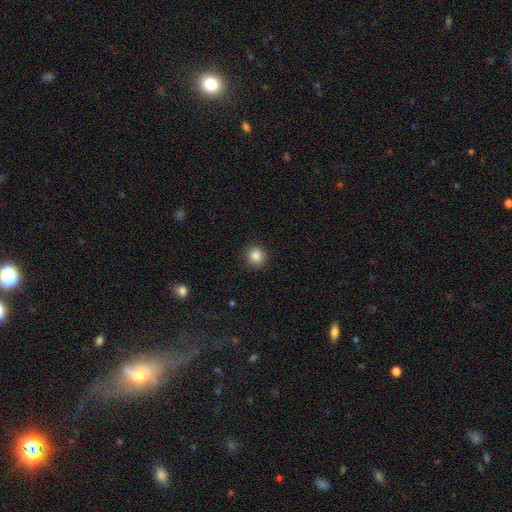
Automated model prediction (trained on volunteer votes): smooth_or_featured: smooth (p=0.85) [alt: star or artifact p=0.10]
how_rounded: round (p=0.93) [alt: in between p=0.06]
merging: none (p=0.91) [alt: minor disturbance p=0.06]